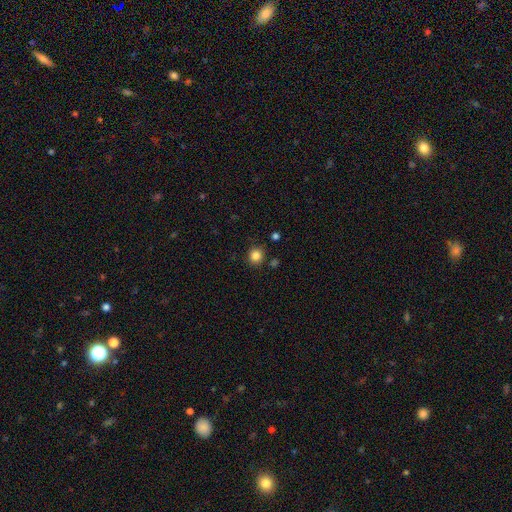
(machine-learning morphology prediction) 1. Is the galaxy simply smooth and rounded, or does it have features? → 84% smooth, 12% star or artifact, 4% featured or disk.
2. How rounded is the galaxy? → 91% round, 9% in between, 1% cigar-shaped.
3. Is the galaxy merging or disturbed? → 88% none, 8% minor disturbance, 3% merger, 2% major disturbance.